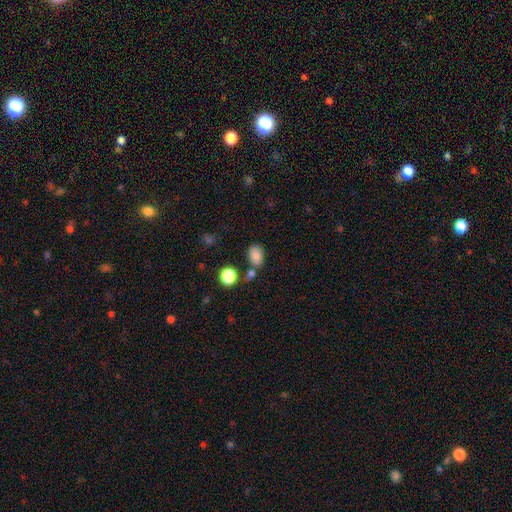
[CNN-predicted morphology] type=smooth (82%); roundness=in between (80%); merging=none (67%).